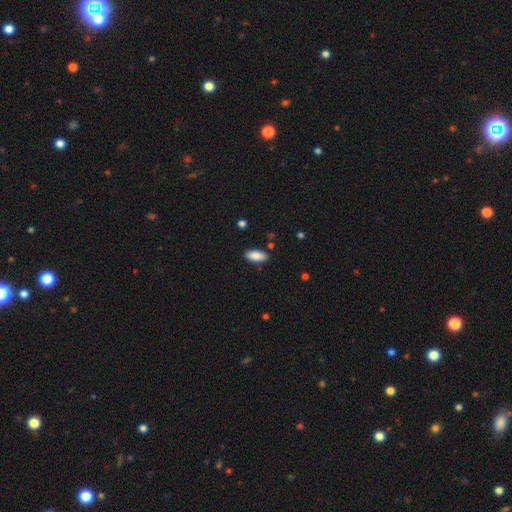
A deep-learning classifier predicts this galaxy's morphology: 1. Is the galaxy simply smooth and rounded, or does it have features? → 88% smooth, 6% star or artifact, 6% featured or disk.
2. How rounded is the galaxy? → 88% in between, 11% cigar-shaped, 2% round.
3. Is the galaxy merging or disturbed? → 85% none, 11% minor disturbance, 2% major disturbance, 2% merger.